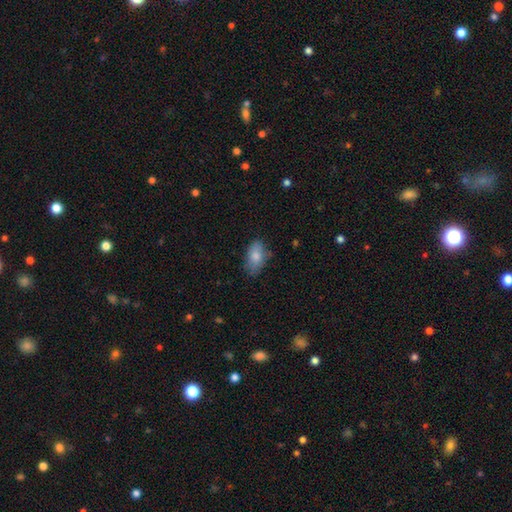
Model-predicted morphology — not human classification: A smooth galaxy with no disk features (81%) that is in between round and cigar-shaped (92%). Merging: none (72%).